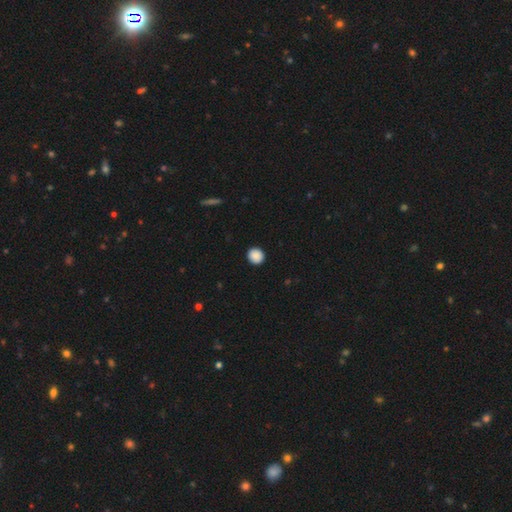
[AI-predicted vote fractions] Morphology: type=smooth (89%); roundness=round (91%); merging=none (93%).